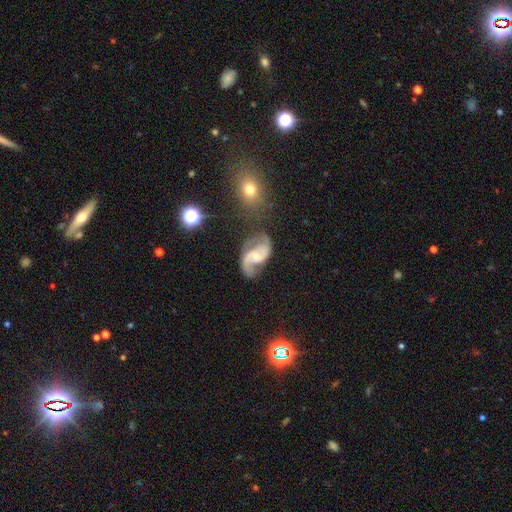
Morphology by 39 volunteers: type=featured or disk (87%); edge-on=no (97%); bar=no (52%); spiral arms=yes (94%); winding=medium (58%); arm count=2 (94%); bulge=moderate (39%); merging=major disturbance (43%).